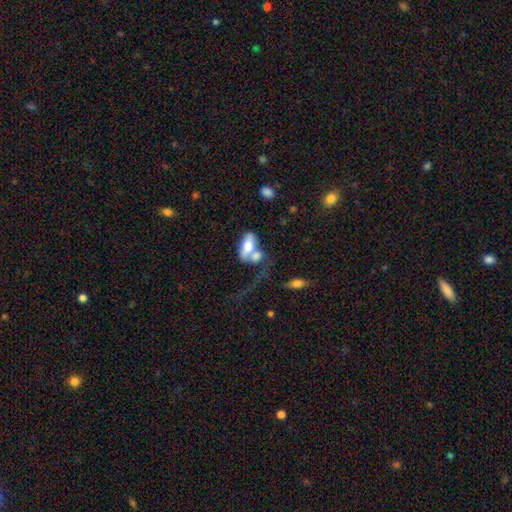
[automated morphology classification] Q: Smooth or featured?
A: smooth (64%); runner-up: featured or disk (28%)
Q: How rounded?
A: in between (86%); runner-up: cigar-shaped (8%)
Q: Merging?
A: merger (60%); runner-up: none (16%)